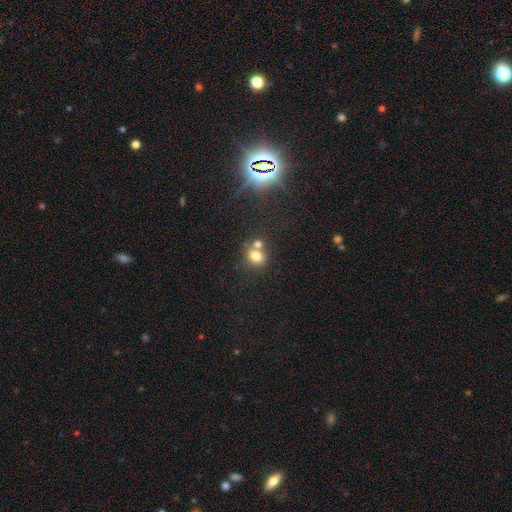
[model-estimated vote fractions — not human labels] Smooth or featured? Predicted: smooth (p=0.75). How rounded? Predicted: round (p=0.66). Merging? Predicted: none (p=0.47).